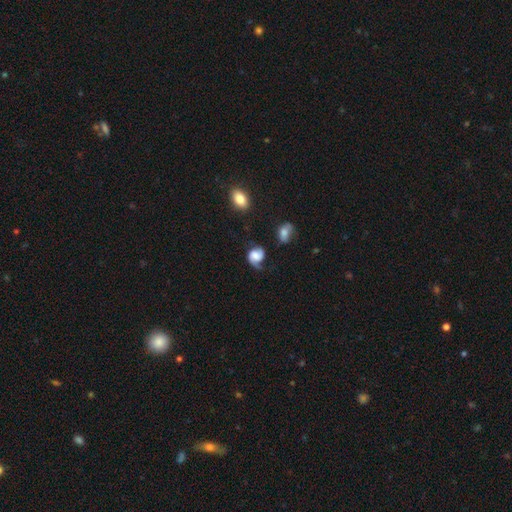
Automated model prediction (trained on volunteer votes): A featured or disk galaxy (57%) with no bar (63%), spiral arms (90%) and a large central bulge (30%).

Vote fractions:
- Smooth or featured? featured or disk: 57% / smooth: 34% / star or artifact: 9%
- Edge-on disk? no: 97% / yes: 3%
- Bar? no: 63% / weak: 29% / strong: 8%
- Spiral arms? yes: 90% / no: 10%
- Bulge size? large: 30% / none: 26% / moderate: 17% / dominant: 14% / small: 13%
- Merging? none: 45% / minor disturbance: 26% / major disturbance: 24% / merger: 5%